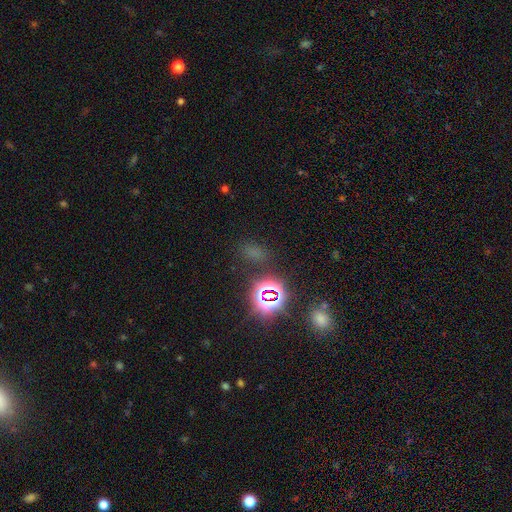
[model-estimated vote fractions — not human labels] Smooth or featured: star or artifact — 65% (smooth — 27%)